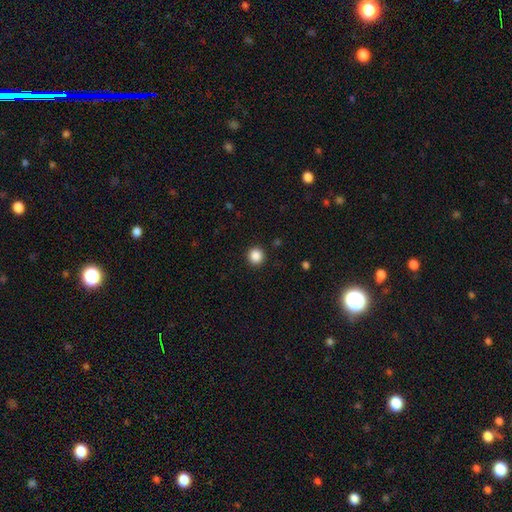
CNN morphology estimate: smooth_or_featured: smooth (p=0.87) [alt: star or artifact p=0.10]
how_rounded: round (p=0.94) [alt: in between p=0.06]
merging: none (p=0.92) [alt: minor disturbance p=0.05]